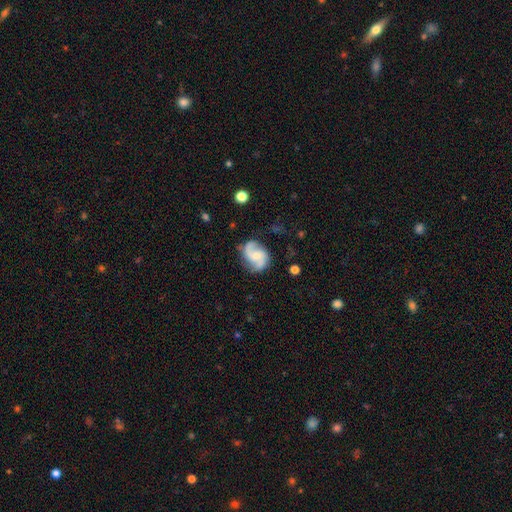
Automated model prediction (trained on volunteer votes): Overall: featured or disk (80%). Edge-on disk: no (98%). Bar: no (57%; weak 35%). Spiral arms: yes (96%). Spiral arm count: 2 (88%). Spiral winding: medium (43%; loose 41%). Bulge size: small (47%; moderate 40%). Merging: none (72%).